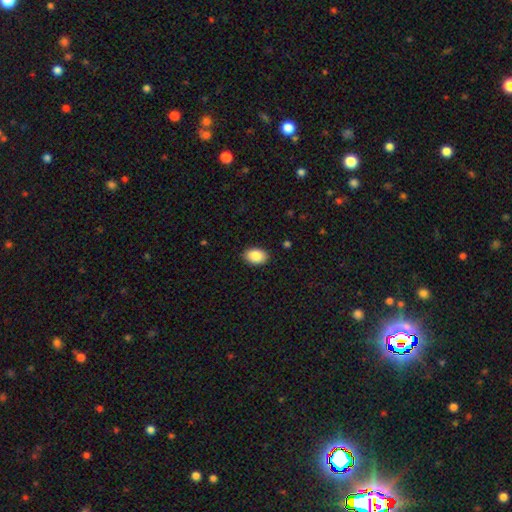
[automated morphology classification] type=smooth (88%); roundness=in between (85%); merging=none (88%).